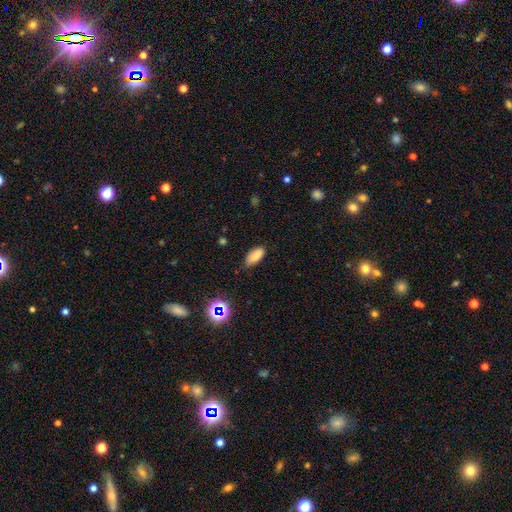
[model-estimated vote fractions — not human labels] A smooth galaxy with no disk features (82%) that is in between round and cigar-shaped (88%).

Vote fractions:
- Smooth or featured? smooth: 82% / star or artifact: 11% / featured or disk: 8%
- How rounded? in between: 88% / cigar-shaped: 9% / round: 3%
- Merging? none: 68% / minor disturbance: 26% / major disturbance: 4% / merger: 2%